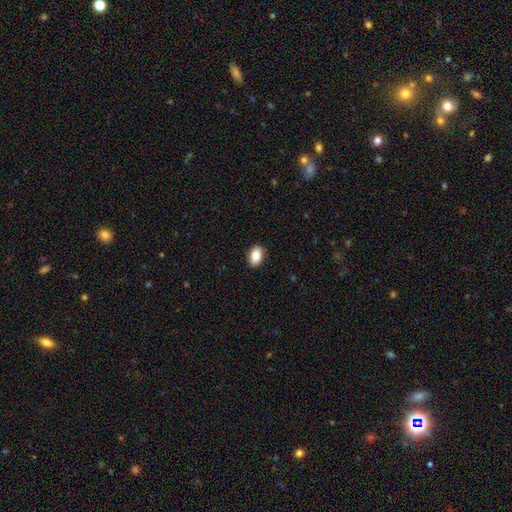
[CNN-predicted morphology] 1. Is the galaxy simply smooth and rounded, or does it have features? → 85% smooth, 8% featured or disk, 7% star or artifact.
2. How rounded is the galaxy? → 88% in between, 11% round, 1% cigar-shaped.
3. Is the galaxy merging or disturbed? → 89% none, 8% minor disturbance, 2% major disturbance, 1% merger.